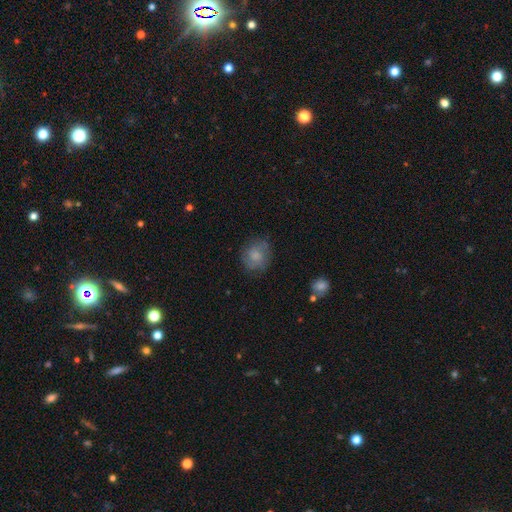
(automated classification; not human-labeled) Q: Smooth or featured?
A: smooth (63%); runner-up: featured or disk (28%)
Q: How rounded?
A: round (75%); runner-up: in between (24%)
Q: Merging?
A: none (72%); runner-up: minor disturbance (19%)